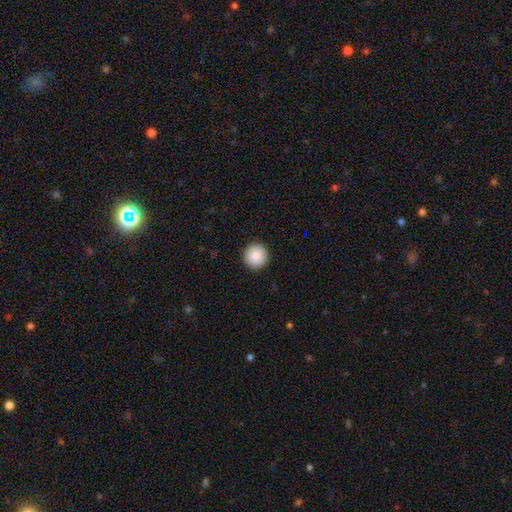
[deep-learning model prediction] Q: Smooth or featured?
A: smooth (89%); runner-up: star or artifact (8%)
Q: How rounded?
A: round (96%); runner-up: in between (3%)
Q: Merging?
A: none (93%); runner-up: minor disturbance (4%)